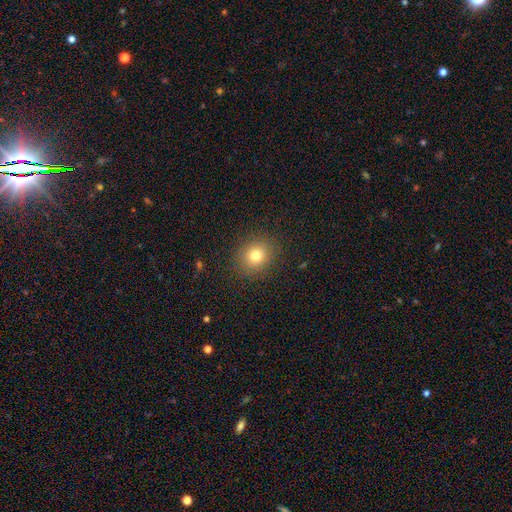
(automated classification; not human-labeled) Smooth or featured?
  - smooth: 77% *
  - star or artifact: 14%
  - featured or disk: 9%
How rounded?
  - round: 78% *
  - in between: 21%
  - cigar-shaped: 1%
Merging?
  - none: 89% *
  - minor disturbance: 7%
  - major disturbance: 3%
  - merger: 1%